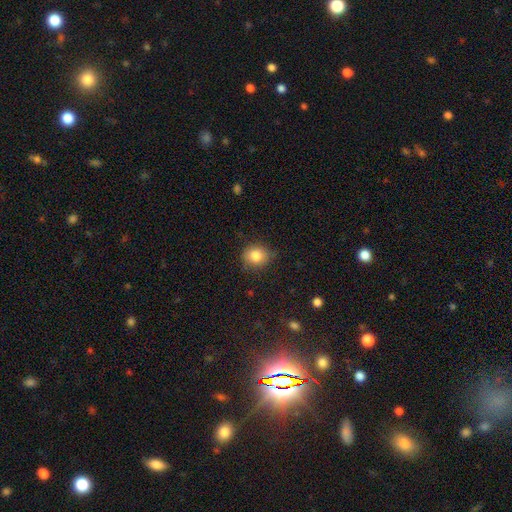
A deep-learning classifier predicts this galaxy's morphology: smooth_or_featured: smooth (p=0.83) [alt: star or artifact p=0.10]
how_rounded: round (p=0.74) [alt: in between p=0.25]
merging: none (p=0.79) [alt: minor disturbance p=0.16]